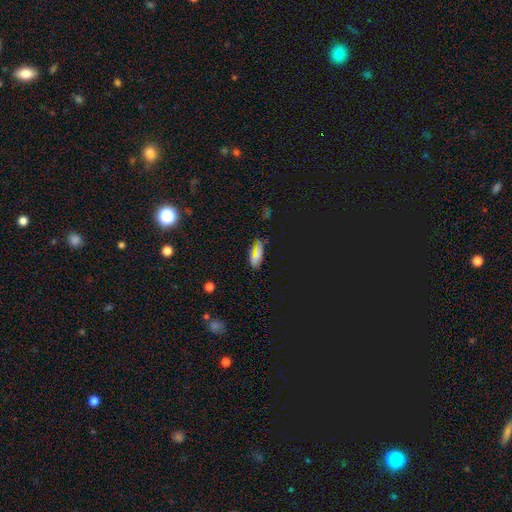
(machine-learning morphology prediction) type=smooth (51%); roundness=in between (76%); merging=none (75%).